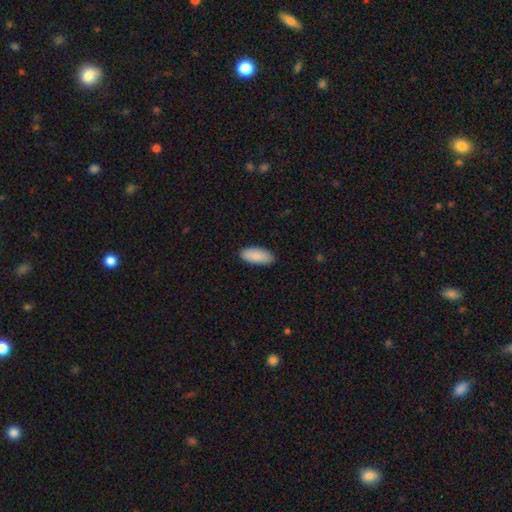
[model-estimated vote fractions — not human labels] Smooth or featured?
  - smooth: 89% *
  - star or artifact: 5%
  - featured or disk: 5%
How rounded?
  - in between: 87% *
  - cigar-shaped: 11%
  - round: 2%
Merging?
  - none: 88% *
  - minor disturbance: 10%
  - major disturbance: 2%
  - merger: 1%